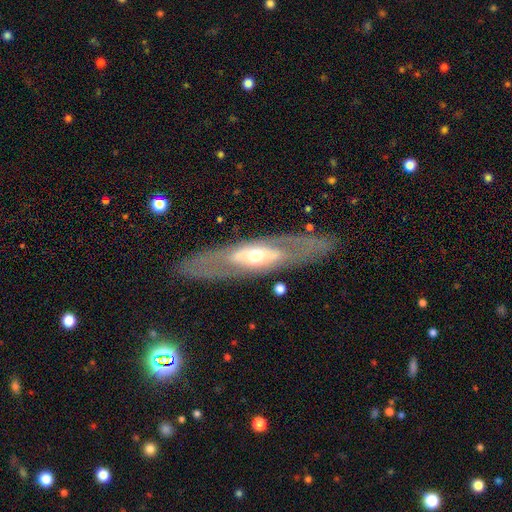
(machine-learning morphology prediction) Smooth or featured? featured or disk (74%)
Edge-on disk? no (68%)
Bar? no (72%)
Spiral arms? no (72%)
Bulge size? moderate (63%)
Merging? none (83%)